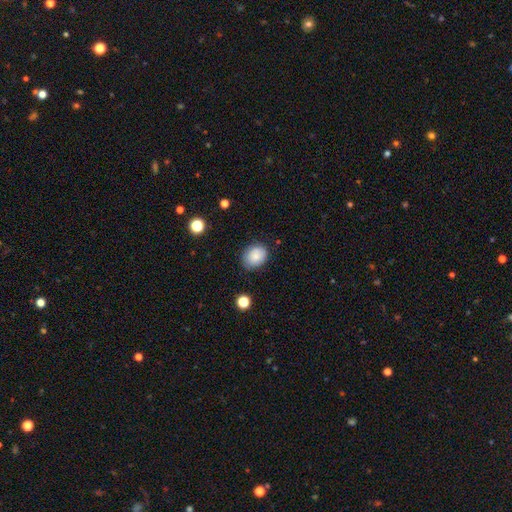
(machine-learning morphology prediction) smooth_or_featured: smooth (p=0.83) [alt: star or artifact p=0.09]
how_rounded: round (p=0.54) [alt: in between p=0.46]
merging: none (p=0.78) [alt: minor disturbance p=0.17]